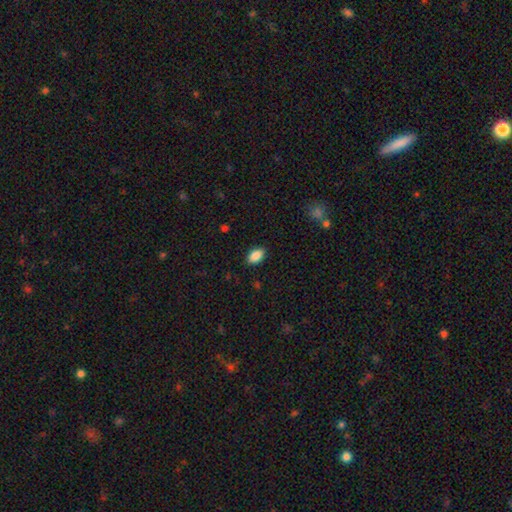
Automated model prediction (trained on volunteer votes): Smooth or featured: smooth — 88% (star or artifact — 8%)
How rounded: in between — 92% (round — 6%)
Merging: none — 88% (minor disturbance — 9%)